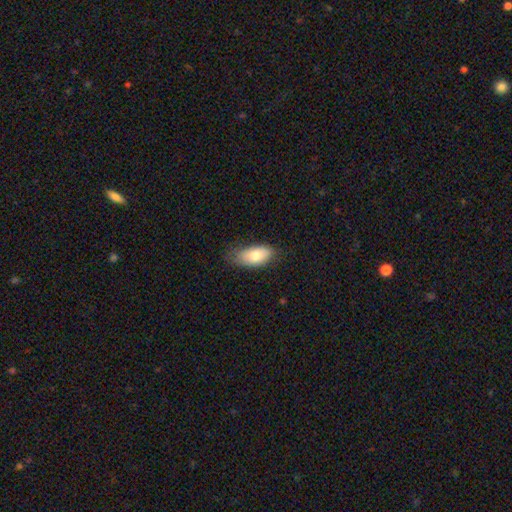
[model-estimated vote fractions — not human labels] Q: Smooth or featured?
A: smooth (78%); runner-up: featured or disk (15%)
Q: How rounded?
A: in between (91%); runner-up: cigar-shaped (6%)
Q: Merging?
A: none (70%); runner-up: minor disturbance (24%)